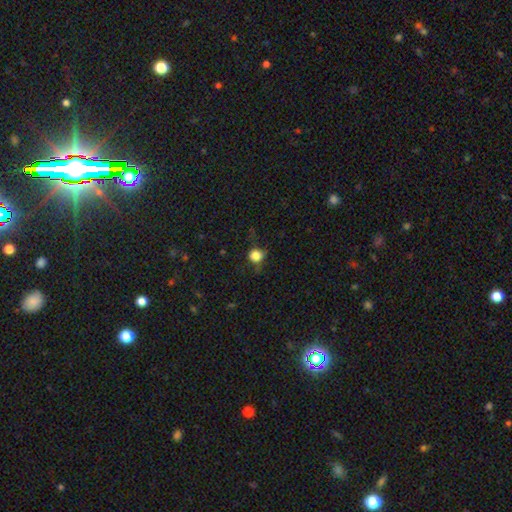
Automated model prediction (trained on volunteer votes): smooth 82%, star or artifact 12%, featured or disk 7%. Down the decision tree: how rounded — round (86%); merging — none (68%).